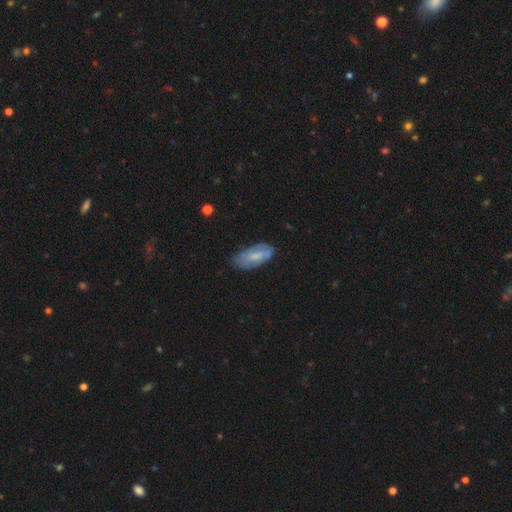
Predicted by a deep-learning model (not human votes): Overall: smooth (58%; featured or disk 35%). How rounded: in between (87%). Merging: none (64%; minor disturbance 27%).